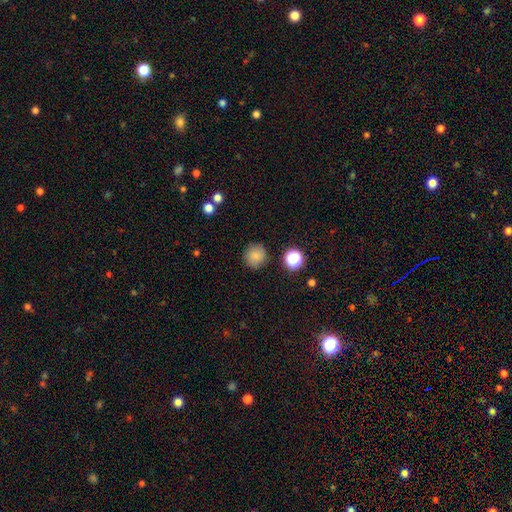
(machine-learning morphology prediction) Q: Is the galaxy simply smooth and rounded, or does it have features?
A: smooth — 81%.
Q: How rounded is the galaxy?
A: round — 92%.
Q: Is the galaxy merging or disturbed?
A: none — 87%.